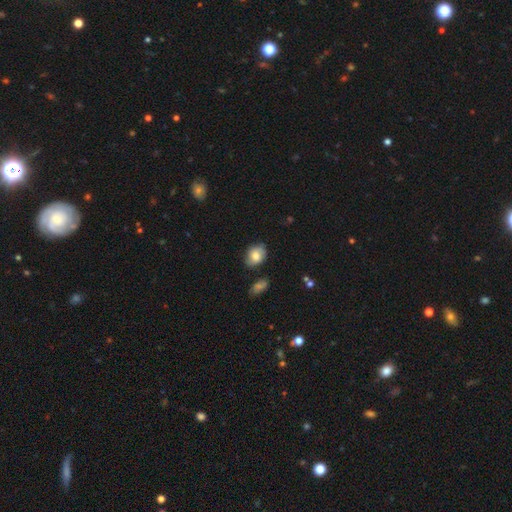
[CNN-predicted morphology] The model was most divided on "how rounded": in between: 61%, round: 38%, cigar-shaped: 1%. More confident: merging — none (72%); smooth or featured — smooth (71%).